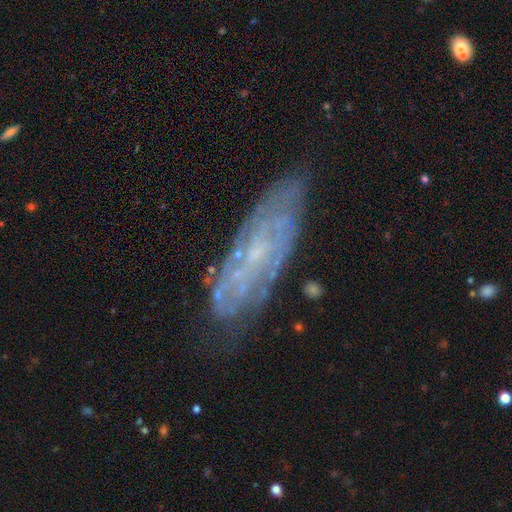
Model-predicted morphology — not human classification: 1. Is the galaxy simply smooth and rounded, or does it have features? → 75% featured or disk, 15% smooth, 9% star or artifact.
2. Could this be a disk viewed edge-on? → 84% no, 16% yes.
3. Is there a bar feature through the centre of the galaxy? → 59% no, 32% weak, 9% strong.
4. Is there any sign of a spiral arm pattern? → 84% yes, 16% no.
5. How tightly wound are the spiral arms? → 66% tight, 26% medium, 8% loose.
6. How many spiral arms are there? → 54% can't tell, 17% 2, 10% 3, 8% 4, 6% more than 4, 5% 1.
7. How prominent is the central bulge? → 75% small, 12% none, 11% moderate, 1% large, 1% dominant.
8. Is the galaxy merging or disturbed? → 76% none, 16% minor disturbance, 5% major disturbance, 3% merger.